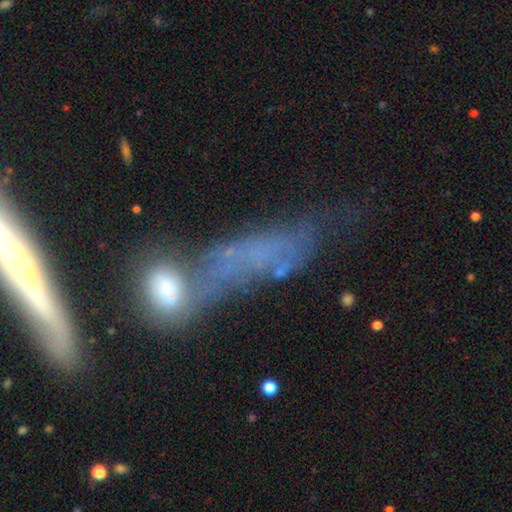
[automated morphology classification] Q: Smooth or featured?
A: smooth (46%); runner-up: featured or disk (38%)
Q: Merging?
A: merger (37%); runner-up: major disturbance (24%)